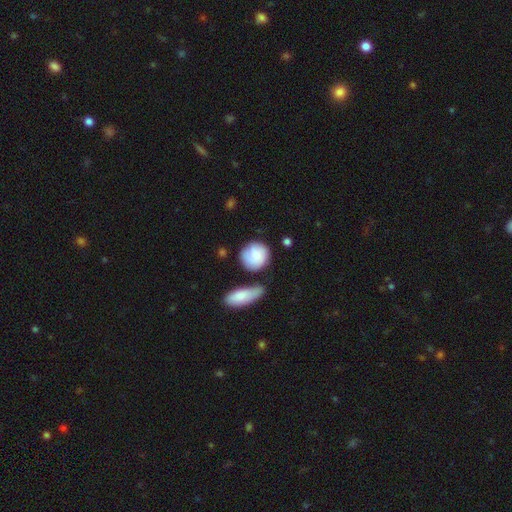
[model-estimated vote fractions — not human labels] smooth 70%, featured or disk 24%, star or artifact 6%. Down the decision tree: how rounded — round (83%); merging — none (55%).